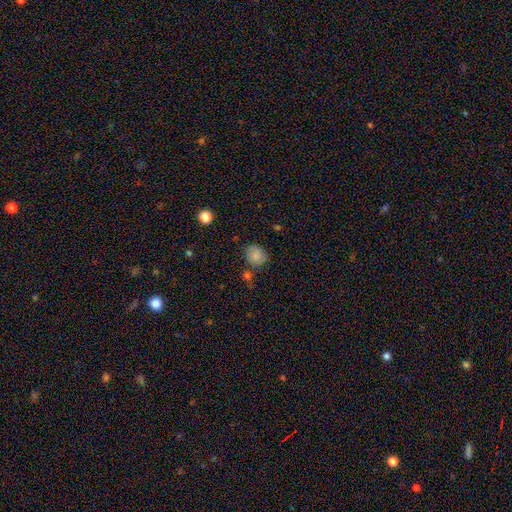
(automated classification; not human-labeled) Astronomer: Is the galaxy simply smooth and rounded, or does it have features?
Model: smooth — 81%.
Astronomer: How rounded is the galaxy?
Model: round — 72%.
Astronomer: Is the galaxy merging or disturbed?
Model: none — 66%.